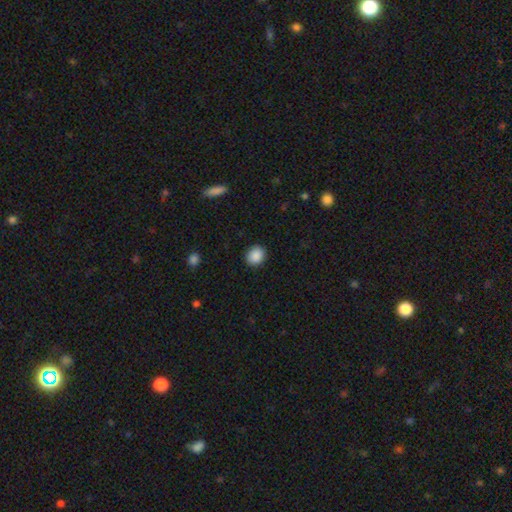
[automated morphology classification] smooth_or_featured: smooth (p=0.89) [alt: star or artifact p=0.08]
how_rounded: round (p=0.66) [alt: in between p=0.33]
merging: none (p=0.90) [alt: minor disturbance p=0.07]